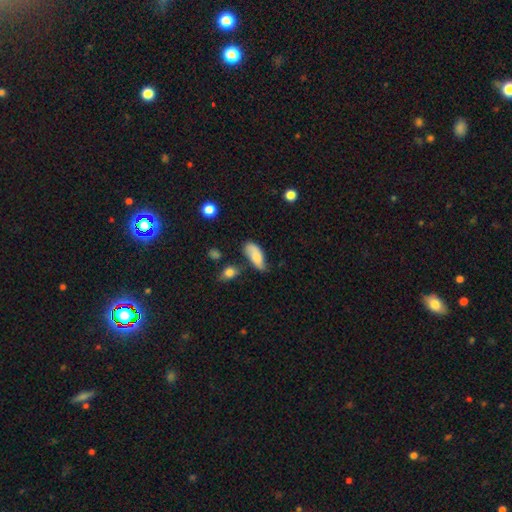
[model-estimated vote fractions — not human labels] Morphology: type=smooth (69%); roundness=in between (84%); merging=none (45%).